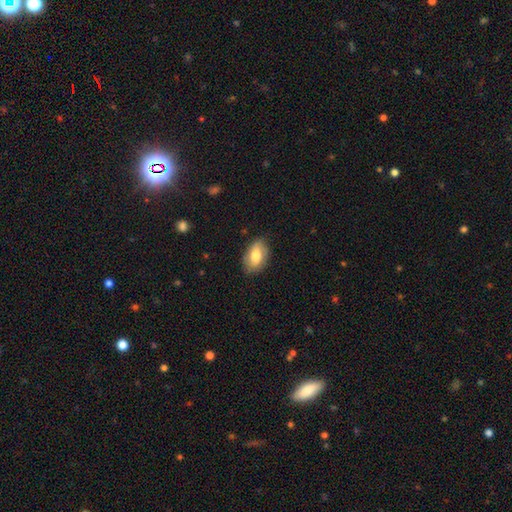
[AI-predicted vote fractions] Smooth or featured? Predicted: smooth (p=0.70). How rounded? Predicted: in between (p=0.90). Merging? Predicted: none (p=0.78).